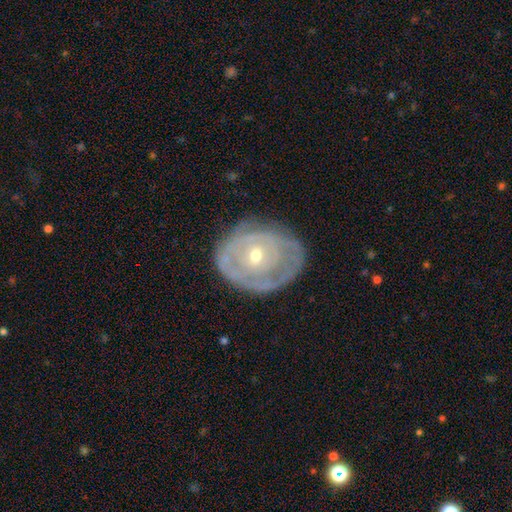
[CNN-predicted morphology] smooth-or-featured: featured or disk: 73% | smooth: 21% | star or artifact: 6%
  disk-edge-on: no: 96% | yes: 4%
    bar: no: 74% | weak: 20% | strong: 5%
    has-spiral-arms: yes: 62% | no: 38%
    bulge-size: small: 54% | moderate: 43% | large: 2% | none: 1% | dominant: 1%
  merging: none: 62% | minor disturbance: 24% | major disturbance: 12% | merger: 2%